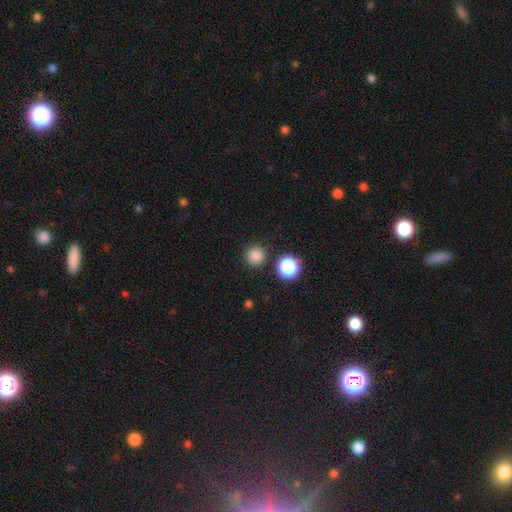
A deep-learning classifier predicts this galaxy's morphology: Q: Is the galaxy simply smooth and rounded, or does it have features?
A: smooth — 82%.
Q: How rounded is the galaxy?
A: round — 95%.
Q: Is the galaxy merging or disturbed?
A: none — 89%.